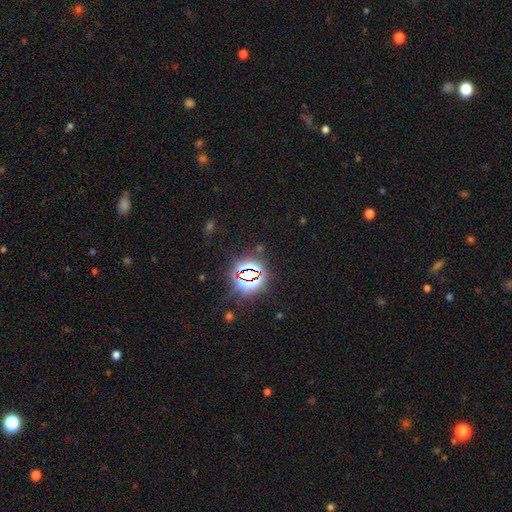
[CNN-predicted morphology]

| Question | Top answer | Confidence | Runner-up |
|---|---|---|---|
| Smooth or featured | star or artifact | 80% | smooth (12%) |